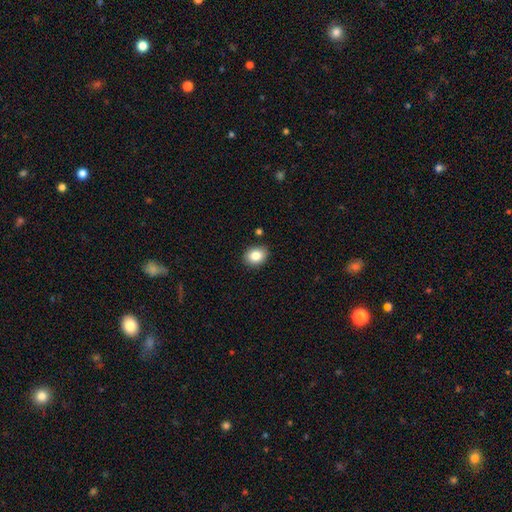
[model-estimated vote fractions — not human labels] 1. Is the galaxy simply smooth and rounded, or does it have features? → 84% smooth, 9% star or artifact, 7% featured or disk.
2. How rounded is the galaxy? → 53% round, 46% in between, 1% cigar-shaped.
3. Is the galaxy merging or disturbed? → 89% none, 8% minor disturbance, 2% major disturbance, 2% merger.